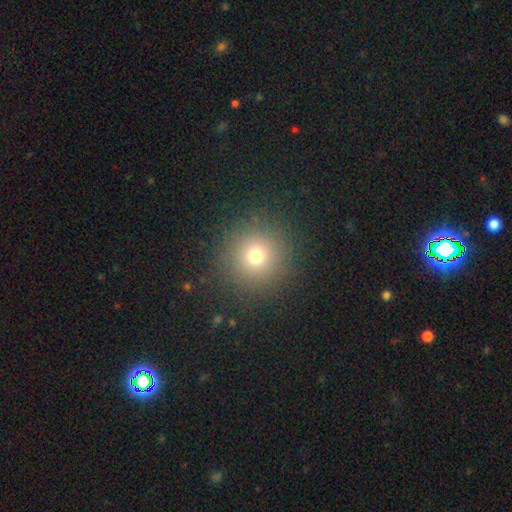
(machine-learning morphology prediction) A smooth galaxy with no disk features (72%) that is round (95%).

Vote fractions:
- Smooth or featured? smooth: 72% / star or artifact: 19% / featured or disk: 10%
- How rounded? round: 95% / in between: 4% / cigar-shaped: 1%
- Merging? none: 89% / minor disturbance: 7% / major disturbance: 4% / merger: 1%